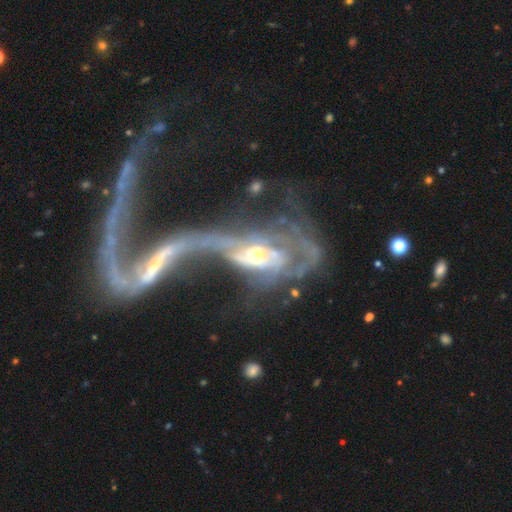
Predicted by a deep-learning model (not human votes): Smooth or featured?
  - featured or disk: 79% *
  - smooth: 11%
  - star or artifact: 11%
Edge-on disk?
  - no: 91% *
  - yes: 9%
Bar?
  - no: 55% *
  - weak: 25%
  - strong: 20%
Spiral arms?
  - yes: 63% *
  - no: 37%
Bulge size?
  - moderate: 50% *
  - small: 31%
  - none: 9%
  - large: 7%
  - dominant: 3%
Merging?
  - merger: 62% *
  - major disturbance: 26%
  - none: 7%
  - minor disturbance: 5%